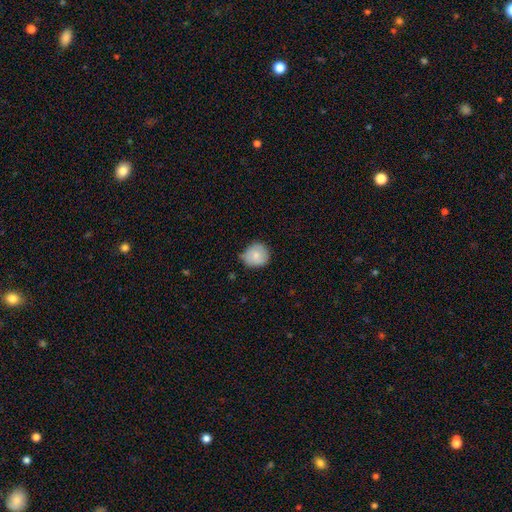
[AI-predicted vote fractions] Overall: smooth (77%). How rounded: round (84%). Merging: none (65%; minor disturbance 29%).